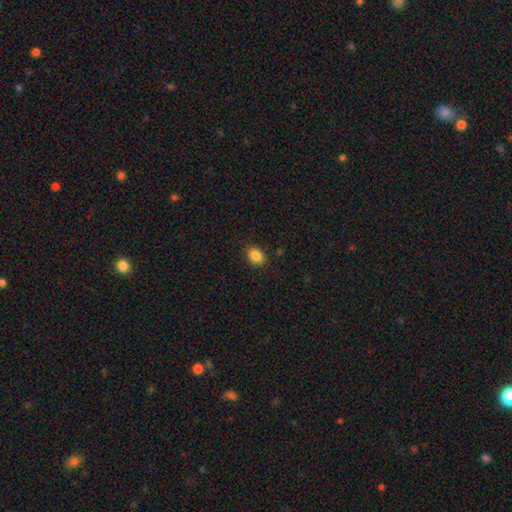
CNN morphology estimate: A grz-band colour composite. It shows a smooth galaxy with no disk features (86%) that is in between round and cigar-shaped (61%). Merging: none (87%).